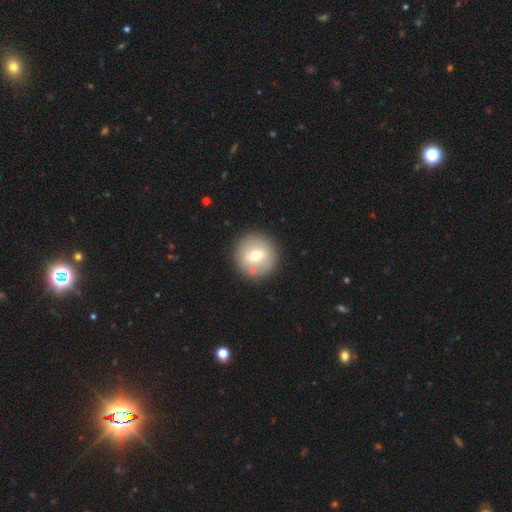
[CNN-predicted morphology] This is likely a smooth galaxy (69%). How rounded: clearly round (95%). Merging: clearly none (87%).